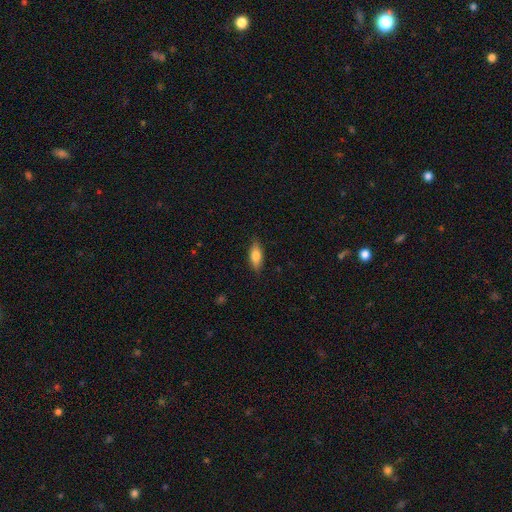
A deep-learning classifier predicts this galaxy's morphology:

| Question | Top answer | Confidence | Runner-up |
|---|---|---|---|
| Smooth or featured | smooth | 74% | featured or disk (19%) |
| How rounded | in between | 68% | cigar-shaped (29%) |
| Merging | none | 85% | minor disturbance (11%) |